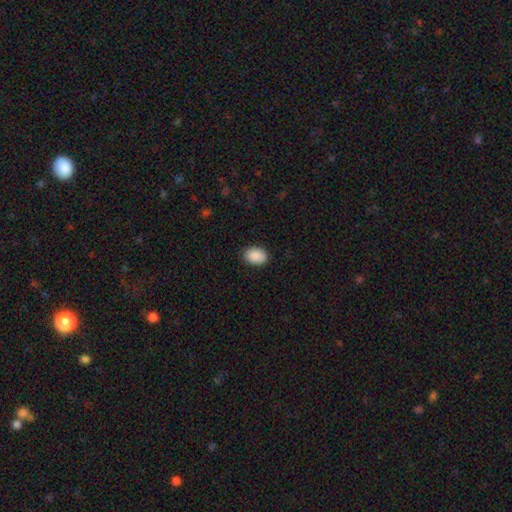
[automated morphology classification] smooth_or_featured: smooth (p=0.90) [alt: star or artifact p=0.07]
how_rounded: in between (p=0.82) [alt: round p=0.17]
merging: none (p=0.87) [alt: minor disturbance p=0.10]